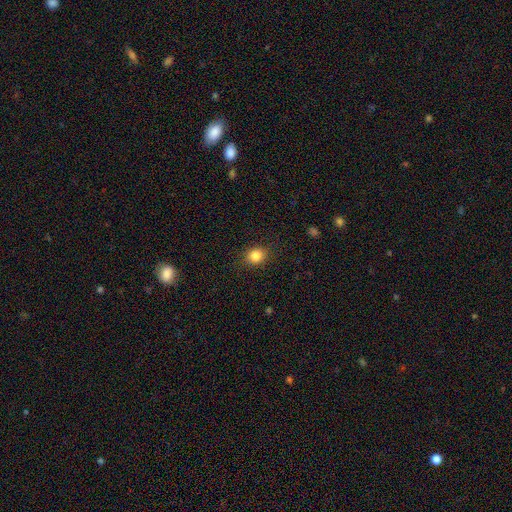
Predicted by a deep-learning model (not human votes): smooth 85%, star or artifact 11%, featured or disk 5%. Down the decision tree: how rounded — round (67%); merging — none (88%).